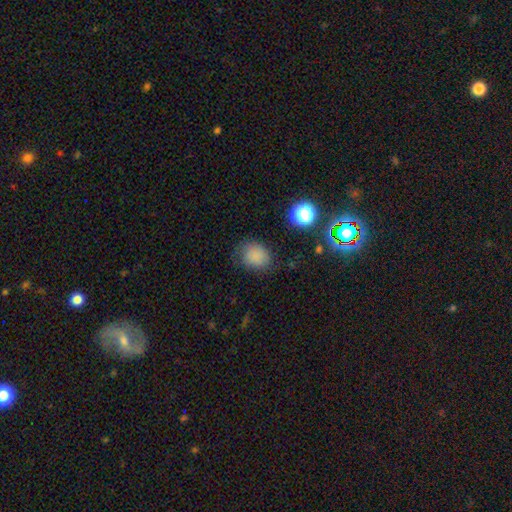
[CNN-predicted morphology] smooth_or_featured: smooth (p=0.82) [alt: star or artifact p=0.13]
how_rounded: round (p=0.57) [alt: in between p=0.42]
merging: none (p=0.73) [alt: minor disturbance p=0.19]